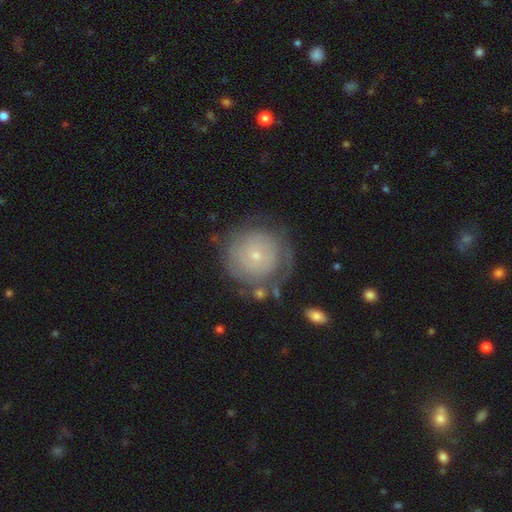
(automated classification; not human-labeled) This appears to be a featured or disk galaxy (55%) with no bar (83%), spiral arms (67%) and a small central bulge (80%). Merging: none (69%).